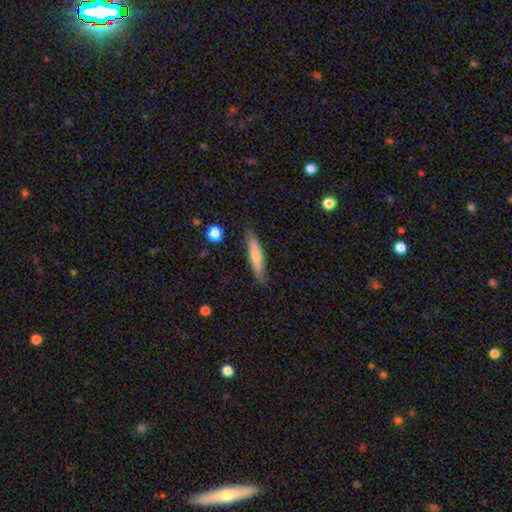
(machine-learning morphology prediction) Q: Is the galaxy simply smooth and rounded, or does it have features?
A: smooth — 60%.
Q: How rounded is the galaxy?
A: cigar-shaped — 86%.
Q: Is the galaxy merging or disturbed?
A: none — 84%.